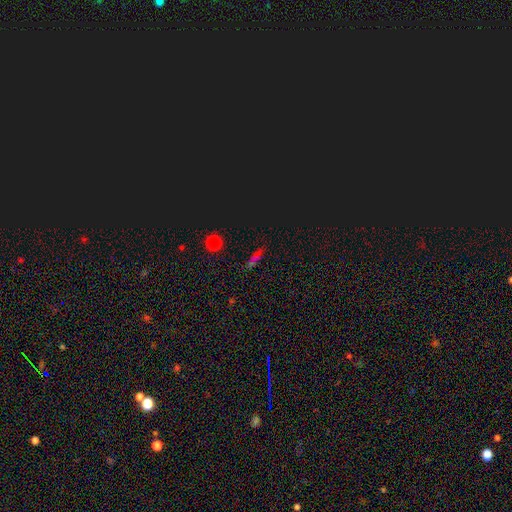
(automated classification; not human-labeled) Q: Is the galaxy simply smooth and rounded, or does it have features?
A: star or artifact — 49%.